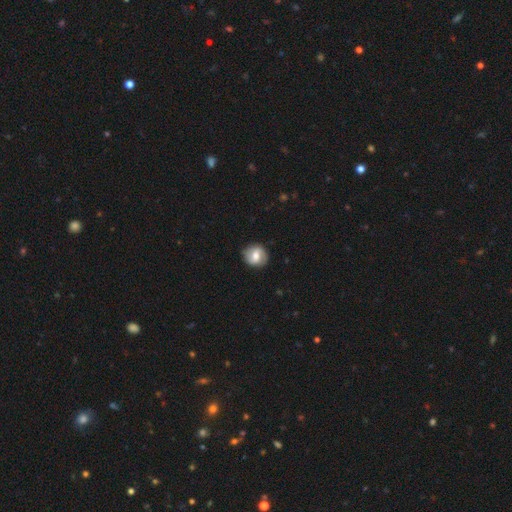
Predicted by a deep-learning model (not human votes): Overall: smooth (53%; featured or disk 40%). How rounded: round (84%). Merging: none (85%).